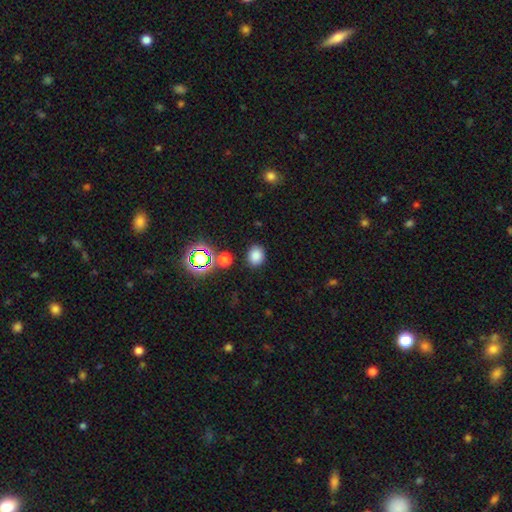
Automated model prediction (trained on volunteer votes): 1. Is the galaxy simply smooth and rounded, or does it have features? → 79% smooth, 16% star or artifact, 5% featured or disk.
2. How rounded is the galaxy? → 54% round, 45% in between, 1% cigar-shaped.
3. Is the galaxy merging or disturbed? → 86% none, 8% minor disturbance, 3% merger, 3% major disturbance.